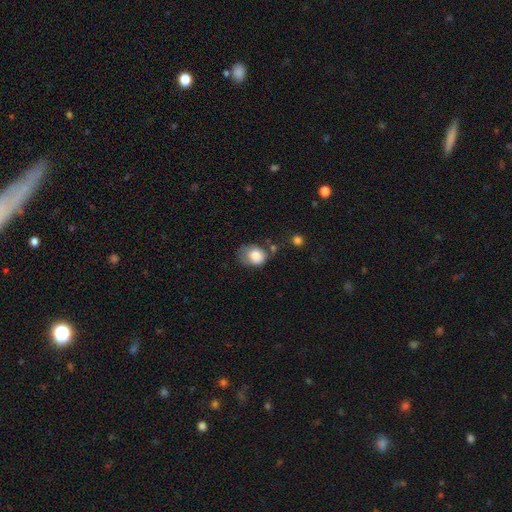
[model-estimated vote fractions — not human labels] A smooth galaxy with no disk features (79%) that is in between round and cigar-shaped (55%). Merging: none (38%).